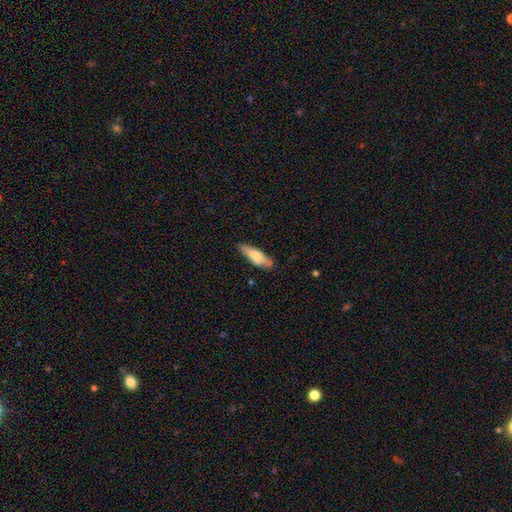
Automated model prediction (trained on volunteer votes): Q: Smooth or featured?
A: smooth (67%); runner-up: featured or disk (27%)
Q: How rounded?
A: cigar-shaped (55%); runner-up: in between (43%)
Q: Merging?
A: none (78%); runner-up: minor disturbance (17%)